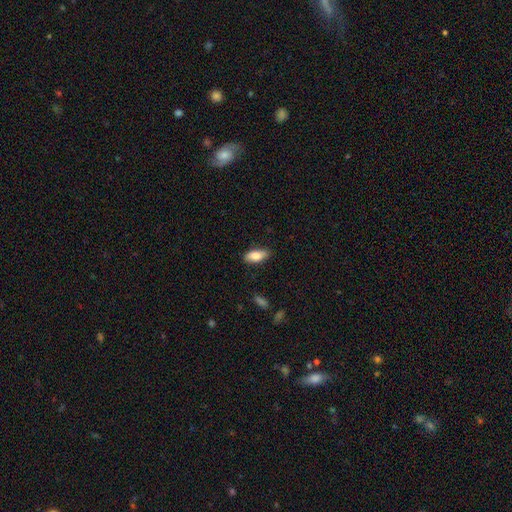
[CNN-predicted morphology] This appears to be a smooth galaxy with no disk features (83%) that is in between round and cigar-shaped (84%). Merging: none (83%).